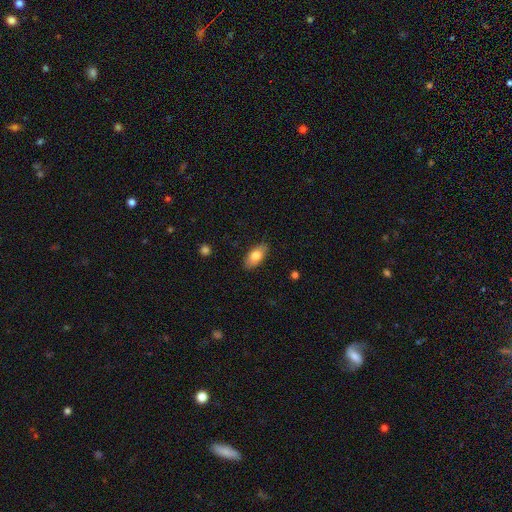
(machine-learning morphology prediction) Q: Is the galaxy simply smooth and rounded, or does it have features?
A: smooth — 79%.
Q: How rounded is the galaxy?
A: in between — 90%.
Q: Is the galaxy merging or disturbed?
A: none — 86%.